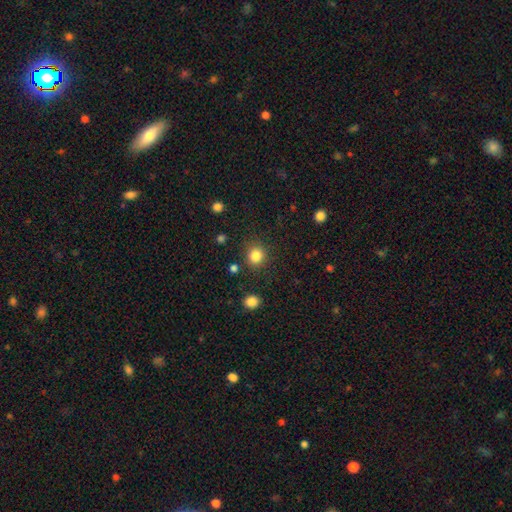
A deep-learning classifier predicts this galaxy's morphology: smooth-or-featured: smooth: 84% | star or artifact: 12% | featured or disk: 5%
  how-rounded: round: 89% | in between: 10% | cigar-shaped: 1%
  merging: none: 86% | minor disturbance: 8% | major disturbance: 3% | merger: 3%